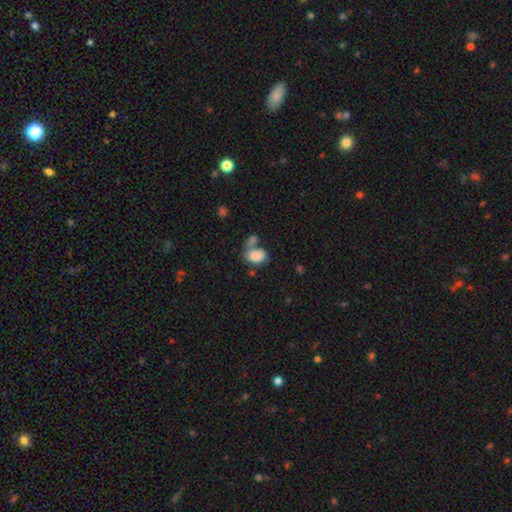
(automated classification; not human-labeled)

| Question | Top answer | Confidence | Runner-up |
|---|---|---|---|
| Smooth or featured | smooth | 82% | featured or disk (10%) |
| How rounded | in between | 78% | round (21%) |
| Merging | merger | 43% | none (32%) |